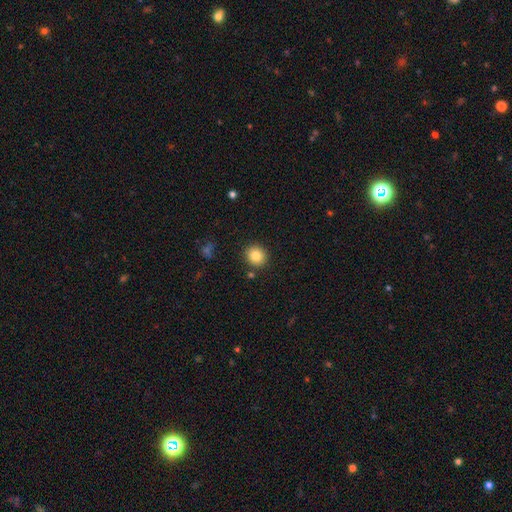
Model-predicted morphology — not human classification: Overall: smooth (85%). How rounded: round (82%). Merging: none (87%).